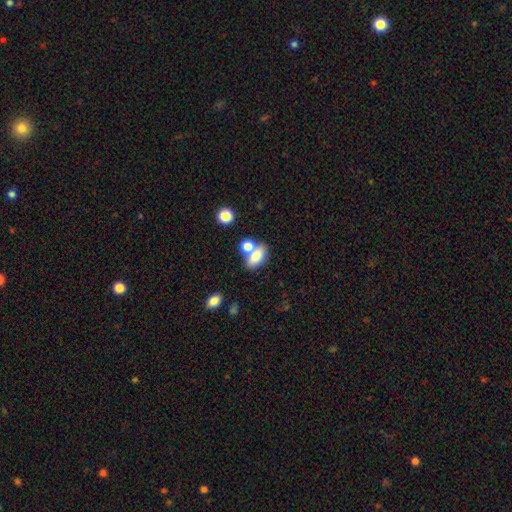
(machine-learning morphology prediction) Q: Smooth or featured?
A: smooth (77%); runner-up: featured or disk (14%)
Q: How rounded?
A: in between (85%); runner-up: round (10%)
Q: Merging?
A: none (45%); runner-up: merger (40%)